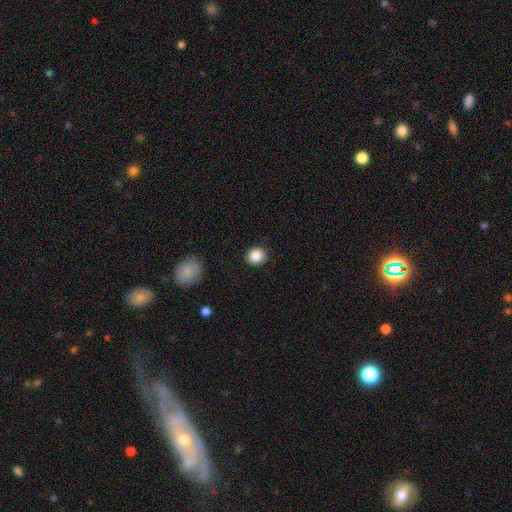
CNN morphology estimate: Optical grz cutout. It shows a smooth galaxy with no disk features (86%) that is round (89%). Merging: none (91%).